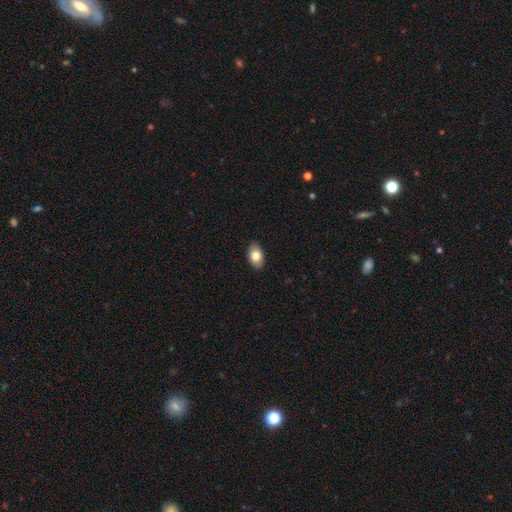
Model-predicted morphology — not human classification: A smooth galaxy with no disk features (81%) that is in between round and cigar-shaped (89%). Merging: none (88%).